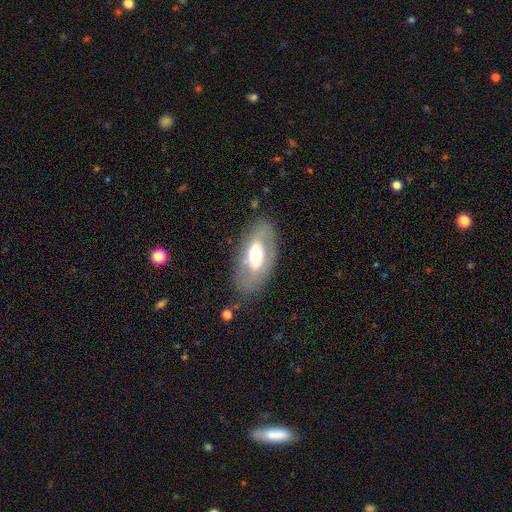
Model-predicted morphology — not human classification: type=featured or disk (52%); edge-on=no (86%); merging=none (78%).